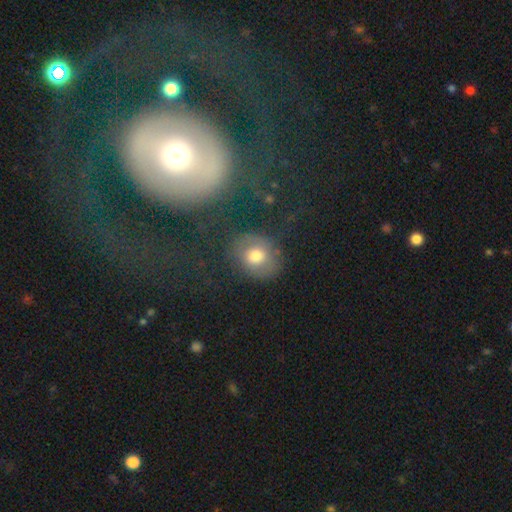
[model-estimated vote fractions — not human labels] smooth-or-featured: smooth: 66% | featured or disk: 20% | star or artifact: 14%
  how-rounded: round: 60% | in between: 38% | cigar-shaped: 2%
  merging: none: 68% | minor disturbance: 18% | major disturbance: 11% | merger: 4%